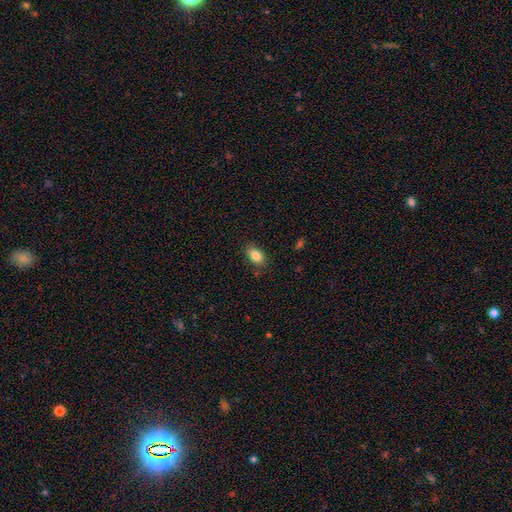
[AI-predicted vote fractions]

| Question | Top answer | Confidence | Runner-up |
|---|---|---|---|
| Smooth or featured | smooth | 85% | star or artifact (8%) |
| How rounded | in between | 88% | round (10%) |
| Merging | none | 84% | minor disturbance (12%) |